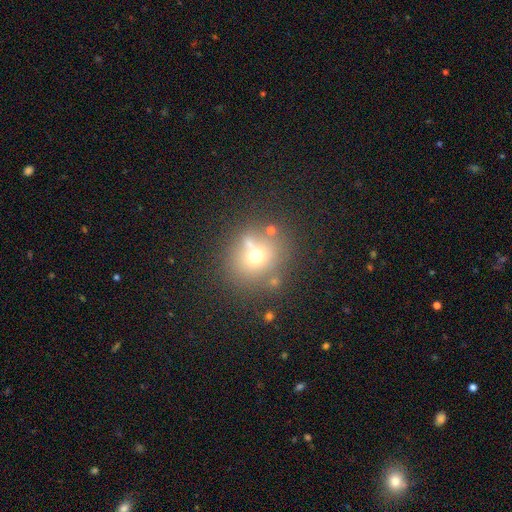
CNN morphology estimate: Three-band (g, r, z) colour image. It shows a smooth galaxy with no disk features (60%) that is round (83%). Merging: none (66%).